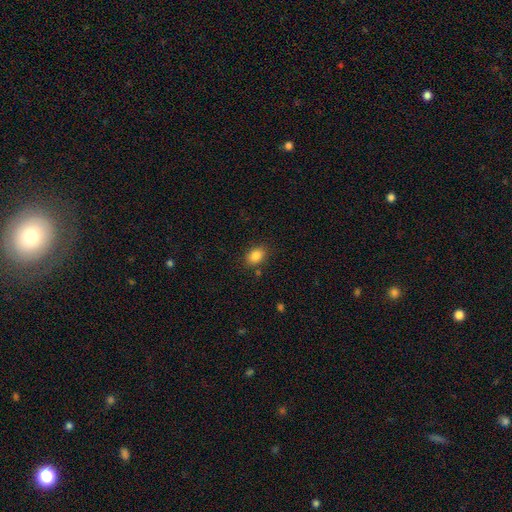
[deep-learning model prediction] Smooth or featured? Predicted: smooth (p=0.85). How rounded? Predicted: in between (p=0.74). Merging? Predicted: none (p=0.82).